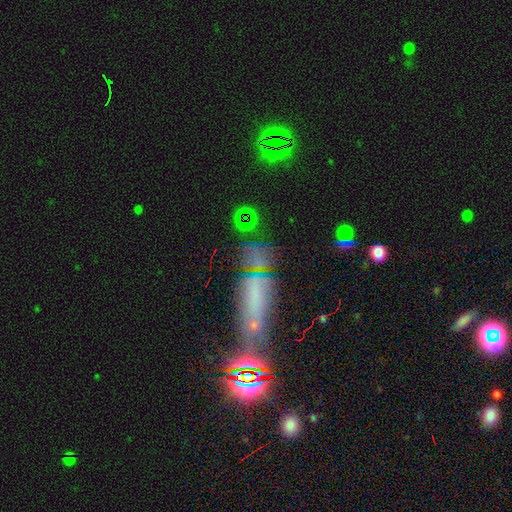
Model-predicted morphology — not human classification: Smooth or featured? Predicted: star or artifact (p=0.44).